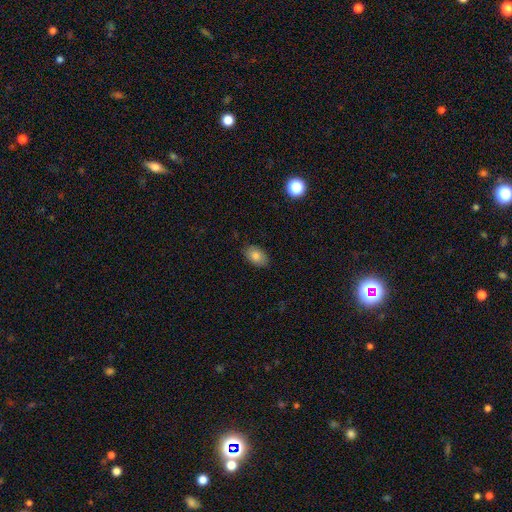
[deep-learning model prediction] A smooth galaxy with no disk features (82%) that is in between round and cigar-shaped (88%).

Vote fractions:
- Smooth or featured? smooth: 82% / featured or disk: 9% / star or artifact: 8%
- How rounded? in between: 88% / round: 11% / cigar-shaped: 1%
- Merging? none: 85% / minor disturbance: 12% / major disturbance: 2% / merger: 1%